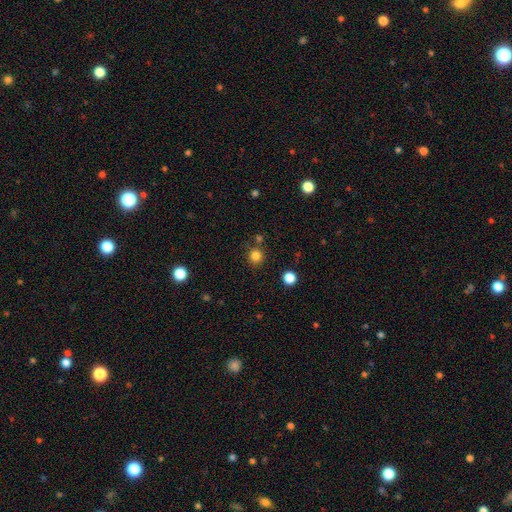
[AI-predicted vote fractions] This appears to be a smooth galaxy with no disk features (82%) that is round (92%). Merging: none (80%).